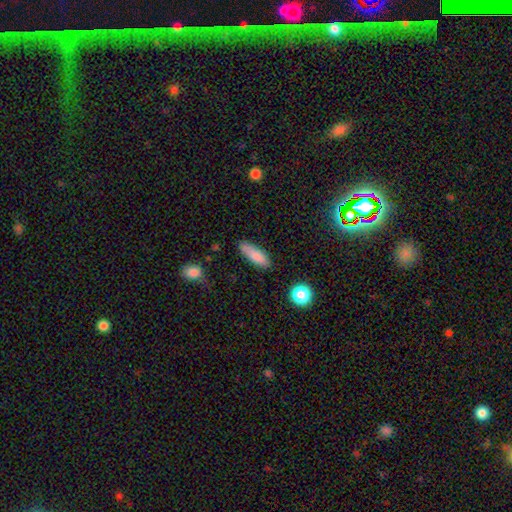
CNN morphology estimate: type=smooth (85%); roundness=in between (57%); merging=none (78%).